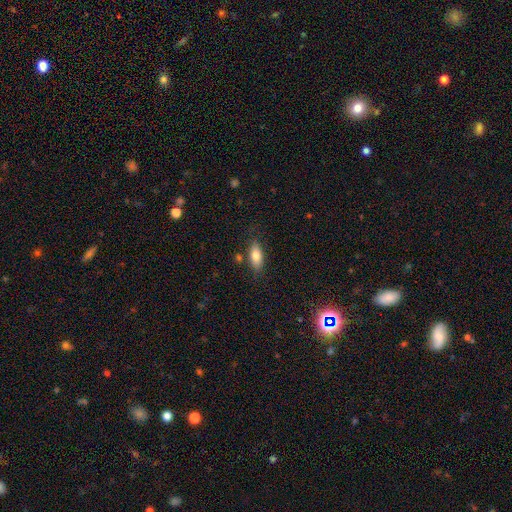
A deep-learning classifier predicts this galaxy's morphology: Q: Smooth or featured?
A: smooth (79%); runner-up: featured or disk (14%)
Q: How rounded?
A: in between (82%); runner-up: cigar-shaped (15%)
Q: Merging?
A: none (78%); runner-up: minor disturbance (14%)